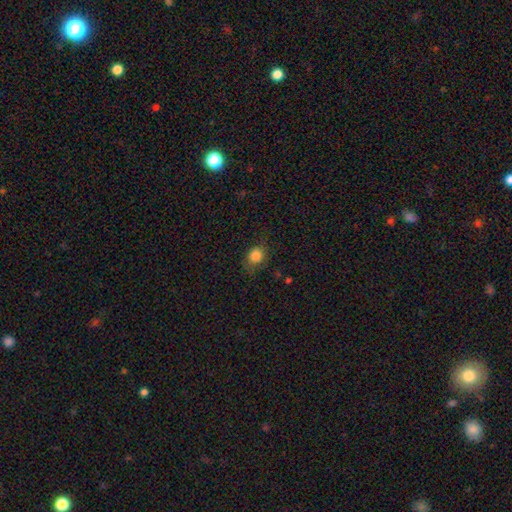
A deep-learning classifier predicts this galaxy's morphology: smooth 83%, star or artifact 11%, featured or disk 6%. Down the decision tree: how rounded — round (66%); merging — none (71%).